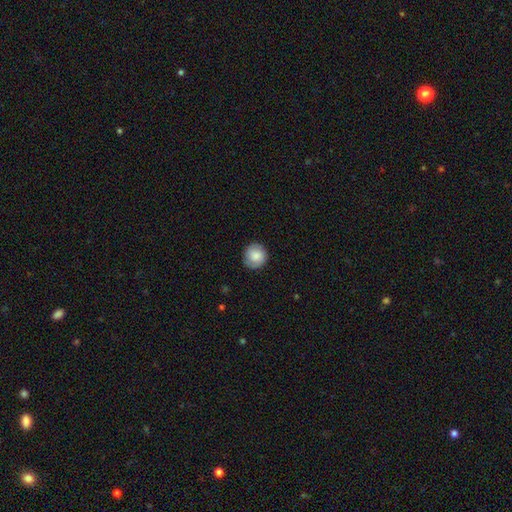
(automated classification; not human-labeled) smooth-or-featured: smooth: 82% | featured or disk: 11% | star or artifact: 7%
  how-rounded: round: 91% | in between: 8% | cigar-shaped: 1%
  merging: none: 84% | minor disturbance: 12% | major disturbance: 3% | merger: 1%